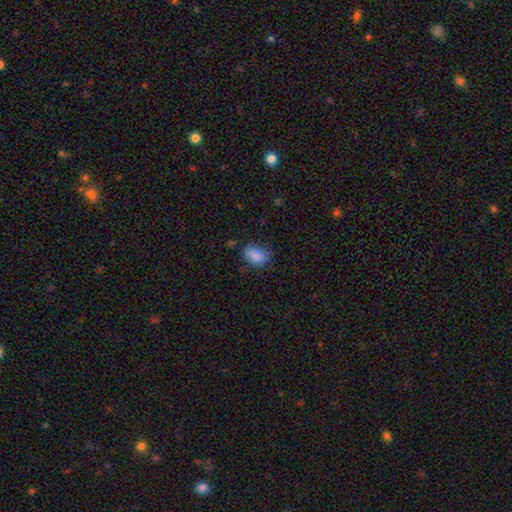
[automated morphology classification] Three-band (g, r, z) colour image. It shows a smooth galaxy with no disk features (86%) that is in between round and cigar-shaped (77%). Merging: none (69%).